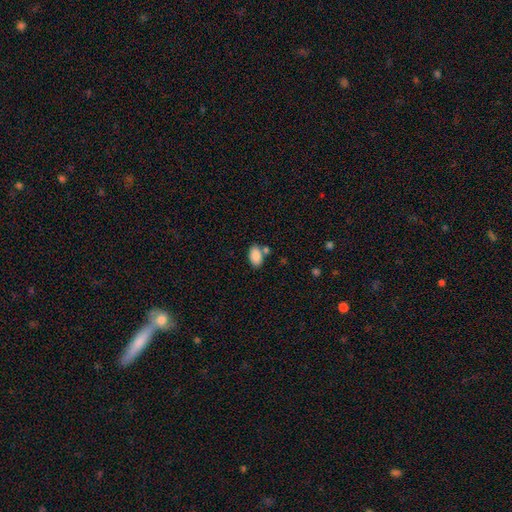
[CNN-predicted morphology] Smooth or featured?
  - smooth: 88% *
  - star or artifact: 7%
  - featured or disk: 5%
How rounded?
  - in between: 93% *
  - round: 6%
  - cigar-shaped: 2%
Merging?
  - none: 67% *
  - merger: 16%
  - minor disturbance: 13%
  - major disturbance: 4%